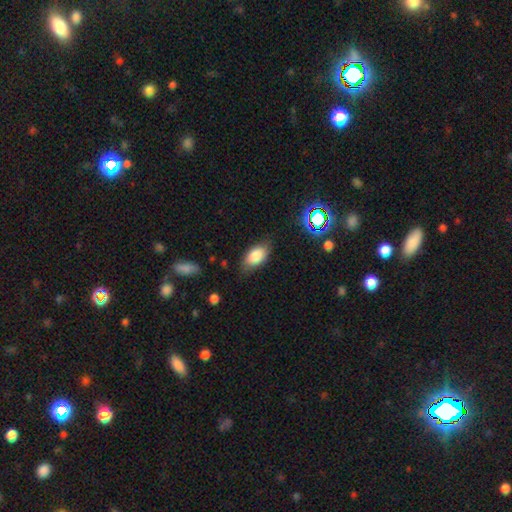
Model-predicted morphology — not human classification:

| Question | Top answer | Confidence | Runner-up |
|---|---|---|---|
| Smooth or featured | smooth | 82% | featured or disk (9%) |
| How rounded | in between | 91% | round (5%) |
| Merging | none | 76% | minor disturbance (18%) |